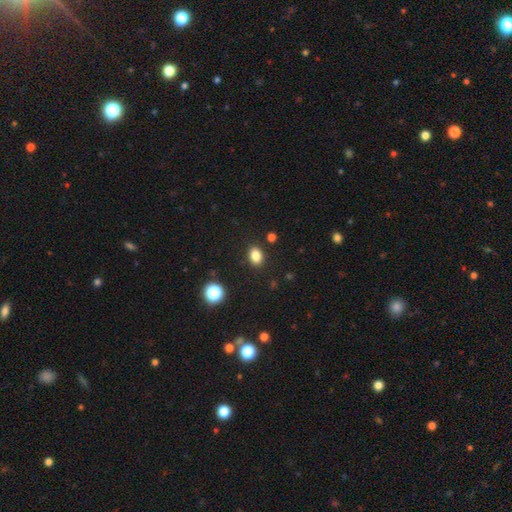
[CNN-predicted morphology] smooth 84%, star or artifact 12%, featured or disk 5%. Down the decision tree: how rounded — in between (68%); merging — none (88%).